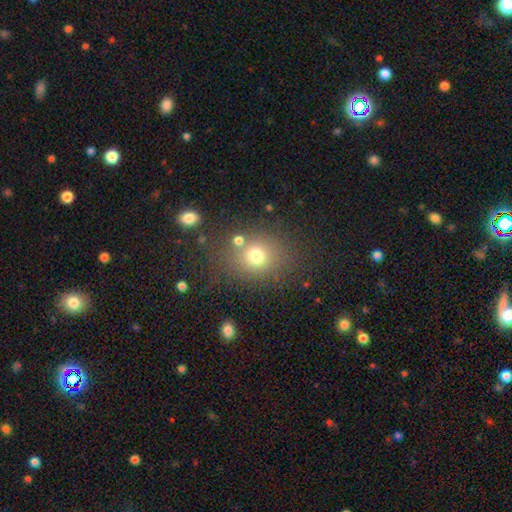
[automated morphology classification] type=smooth (71%); roundness=round (68%); merging=none (71%).